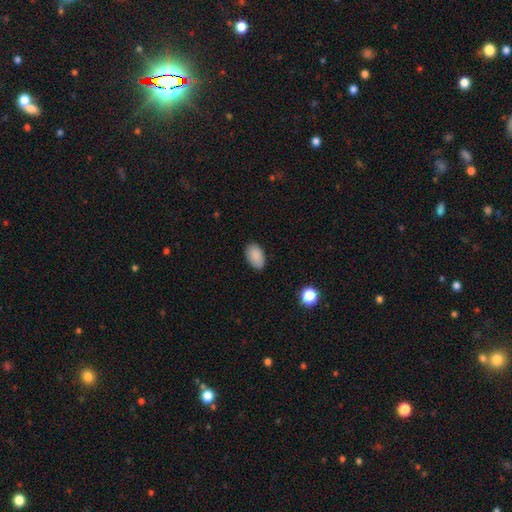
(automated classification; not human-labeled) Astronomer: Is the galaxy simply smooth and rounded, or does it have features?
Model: smooth — 88%.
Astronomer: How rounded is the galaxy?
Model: in between — 92%.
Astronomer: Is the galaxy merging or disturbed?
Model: none — 83%.